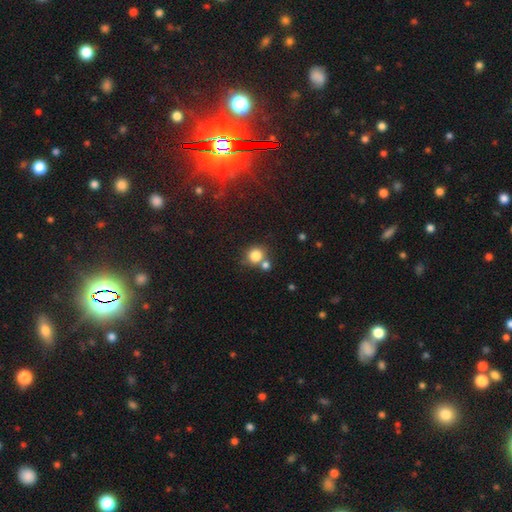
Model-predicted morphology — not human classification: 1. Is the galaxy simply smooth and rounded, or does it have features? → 82% smooth, 11% star or artifact, 7% featured or disk.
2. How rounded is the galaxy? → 86% round, 13% in between, 1% cigar-shaped.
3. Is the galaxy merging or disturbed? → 58% none, 28% merger, 10% minor disturbance, 4% major disturbance.